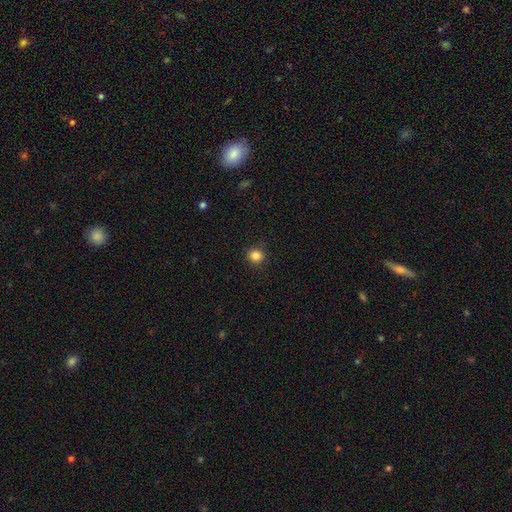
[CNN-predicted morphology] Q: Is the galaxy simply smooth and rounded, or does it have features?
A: smooth — 85%.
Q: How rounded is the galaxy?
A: round — 91%.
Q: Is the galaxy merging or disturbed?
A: none — 90%.